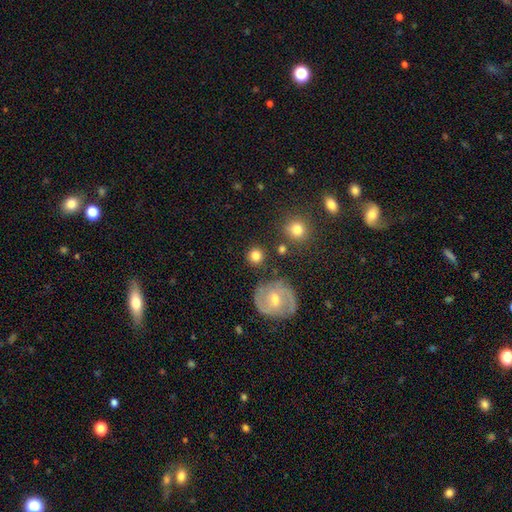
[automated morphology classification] smooth 79%, featured or disk 13%, star or artifact 8%. Down the decision tree: how rounded — round (92%); merging — none (84%).